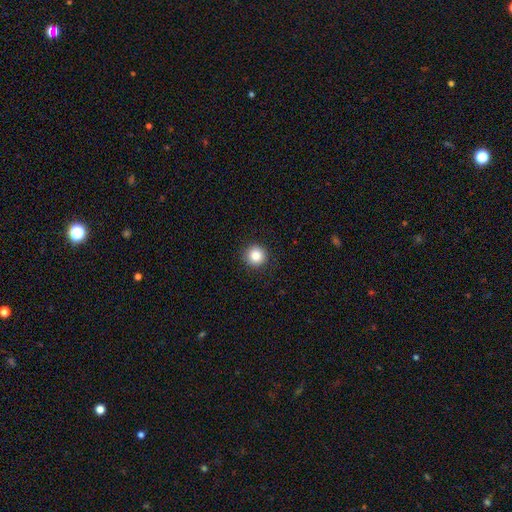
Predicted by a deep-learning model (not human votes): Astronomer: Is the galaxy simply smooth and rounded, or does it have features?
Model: smooth — 85%.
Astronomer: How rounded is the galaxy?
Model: round — 95%.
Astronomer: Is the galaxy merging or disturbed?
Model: none — 92%.